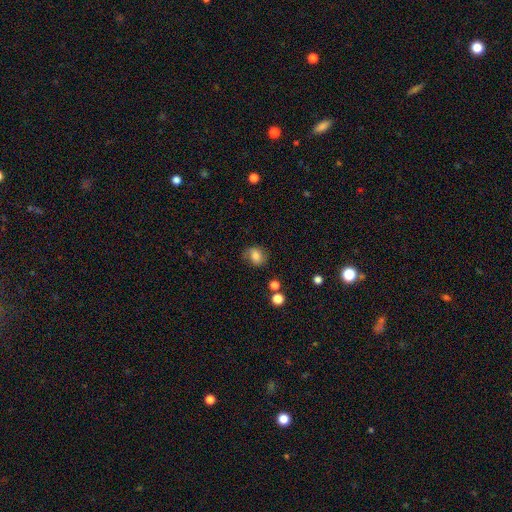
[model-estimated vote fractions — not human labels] Smooth or featured? smooth (72%)
How rounded? round (53%)
Merging? none (70%)